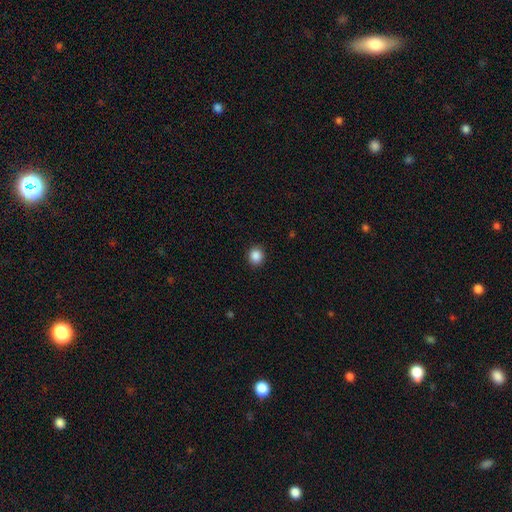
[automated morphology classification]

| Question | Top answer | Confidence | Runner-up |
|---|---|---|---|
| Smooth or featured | smooth | 88% | star or artifact (10%) |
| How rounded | round | 88% | in between (11%) |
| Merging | none | 91% | minor disturbance (6%) |